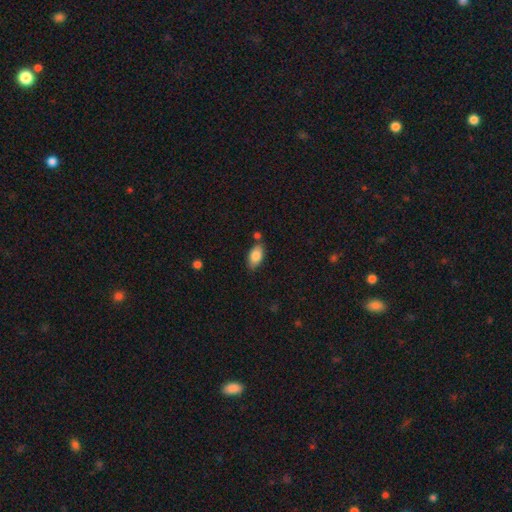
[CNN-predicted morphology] A smooth galaxy with no disk features (84%) that is in between round and cigar-shaped (92%).

Vote fractions:
- Smooth or featured? smooth: 84% / featured or disk: 9% / star or artifact: 7%
- How rounded? in between: 92% / round: 4% / cigar-shaped: 4%
- Merging? none: 76% / minor disturbance: 14% / merger: 7% / major disturbance: 3%